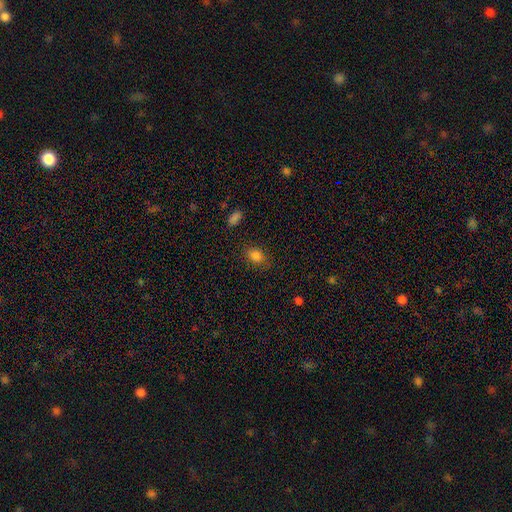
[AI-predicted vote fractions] Smooth or featured: smooth — 83% (star or artifact — 12%)
How rounded: in between — 72% (round — 27%)
Merging: none — 80% (minor disturbance — 14%)